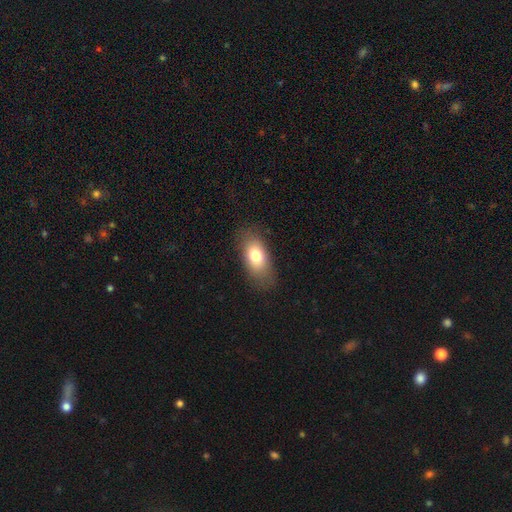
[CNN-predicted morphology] Smooth or featured? Predicted: smooth (p=0.74). How rounded? Predicted: in between (p=0.86). Merging? Predicted: none (p=0.81).